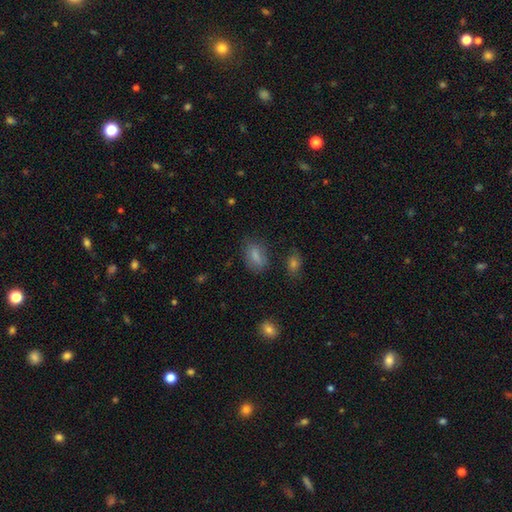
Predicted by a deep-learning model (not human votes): A smooth galaxy with no disk features (79%) that is in between round and cigar-shaped (85%).

Vote fractions:
- Smooth or featured? smooth: 79% / star or artifact: 11% / featured or disk: 10%
- How rounded? in between: 85% / round: 11% / cigar-shaped: 4%
- Merging? none: 68% / minor disturbance: 21% / major disturbance: 8% / merger: 3%